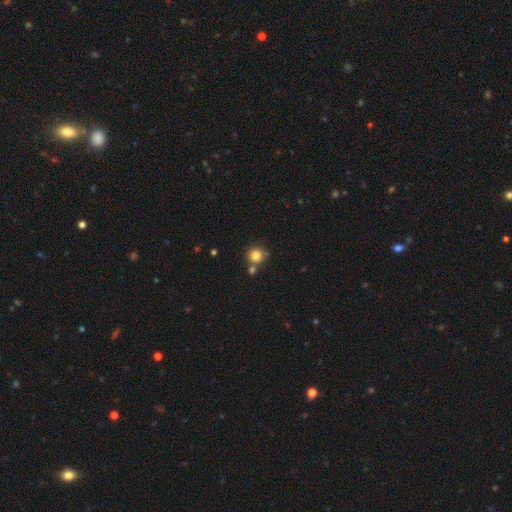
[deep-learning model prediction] Morphology: type=smooth (83%); roundness=round (91%); merging=none (68%).